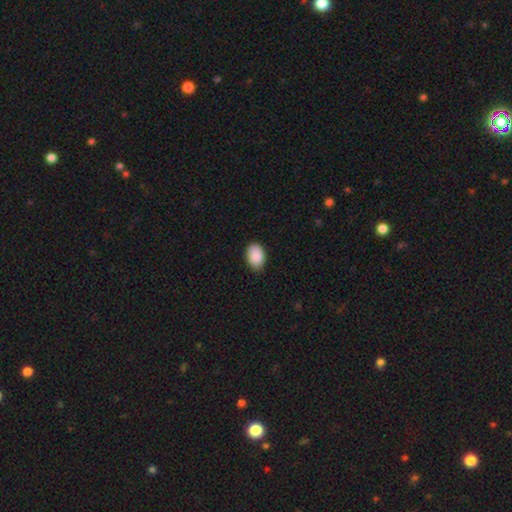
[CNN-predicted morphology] The model was most divided on "merging": none: 82%, minor disturbance: 15%, major disturbance: 2%, merger: 1%. More confident: smooth or featured — smooth (90%); how rounded — in between (87%).